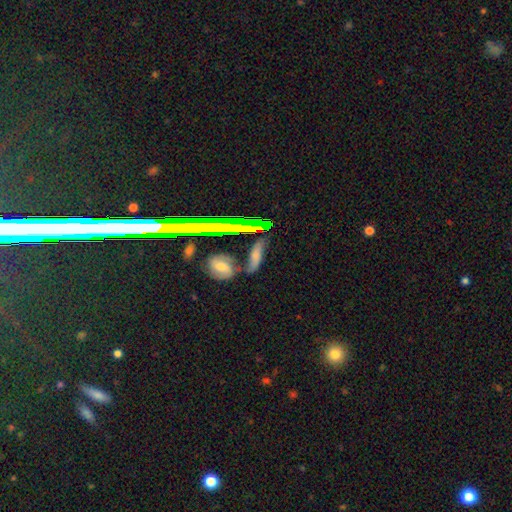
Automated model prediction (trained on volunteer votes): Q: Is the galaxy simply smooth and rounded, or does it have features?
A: smooth — 52%.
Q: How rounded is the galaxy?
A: in between — 49%.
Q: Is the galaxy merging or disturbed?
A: none — 55%.